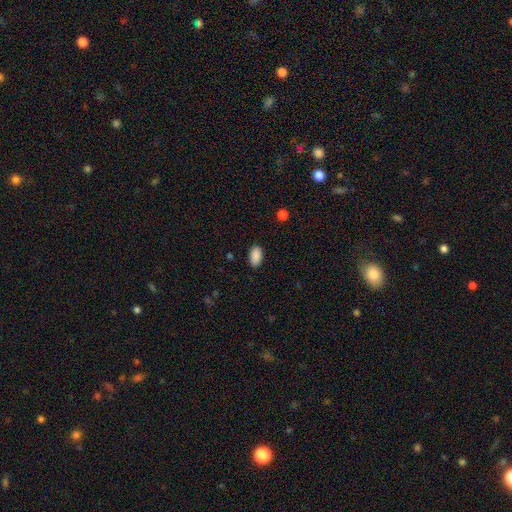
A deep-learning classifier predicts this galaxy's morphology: A smooth galaxy with no disk features (90%) that is in between round and cigar-shaped (94%). Merging: none (87%).